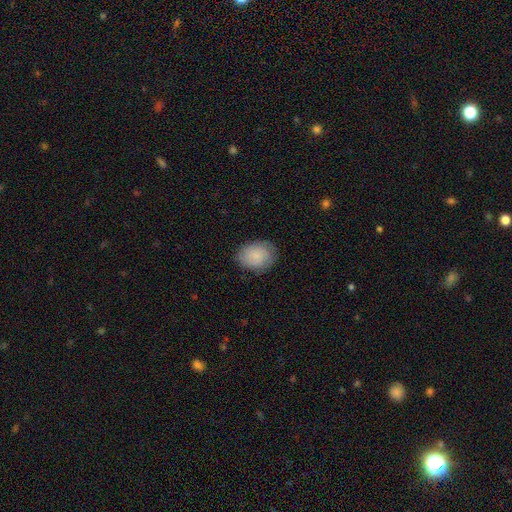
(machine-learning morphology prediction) A smooth galaxy with no disk features (81%) that is in between round and cigar-shaped (59%).

Vote fractions:
- Smooth or featured? smooth: 81% / featured or disk: 12% / star or artifact: 7%
- How rounded? in between: 59% / round: 40% / cigar-shaped: 1%
- Merging? none: 80% / minor disturbance: 15% / major disturbance: 4% / merger: 1%